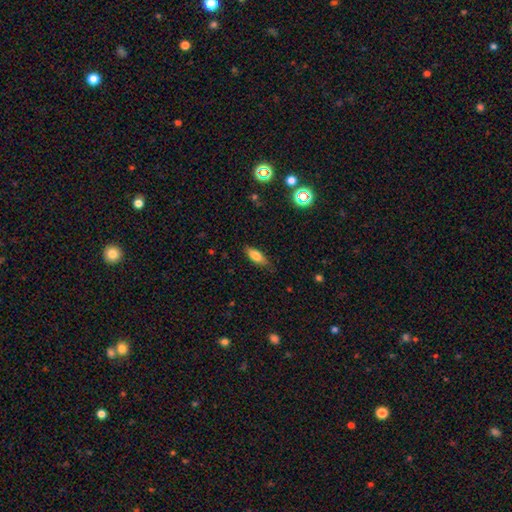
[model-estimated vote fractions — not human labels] The model was most divided on "how rounded": in between: 69%, cigar-shaped: 28%, round: 3%. More confident: merging — none (80%); smooth or featured — smooth (76%).